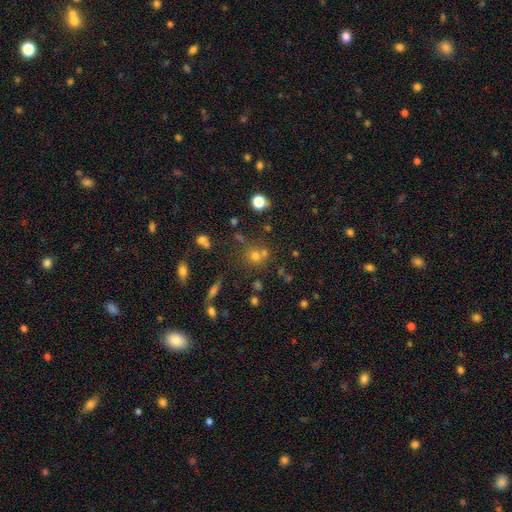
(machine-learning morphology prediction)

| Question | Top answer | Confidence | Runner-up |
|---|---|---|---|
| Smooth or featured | smooth | 57% | star or artifact (31%) |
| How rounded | round | 87% | in between (12%) |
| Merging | none | 63% | merger (24%) |